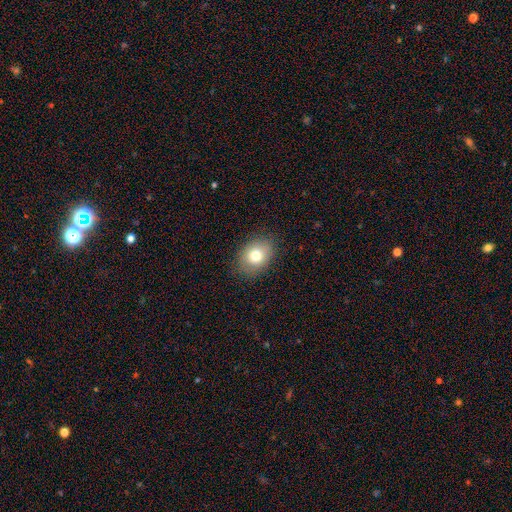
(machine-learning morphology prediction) smooth-or-featured: smooth: 76% | featured or disk: 14% | star or artifact: 10%
  how-rounded: in between: 66% | round: 33% | cigar-shaped: 1%
  merging: none: 85% | minor disturbance: 11% | major disturbance: 3% | merger: 1%